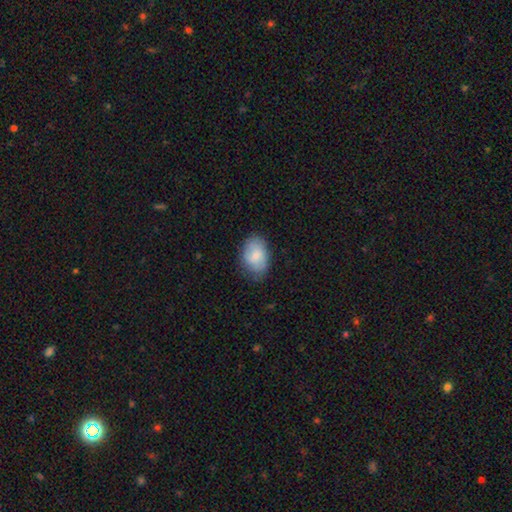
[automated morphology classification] This is likely a smooth galaxy (76%). How rounded: clearly in between (84%). Merging: likely none (70%).